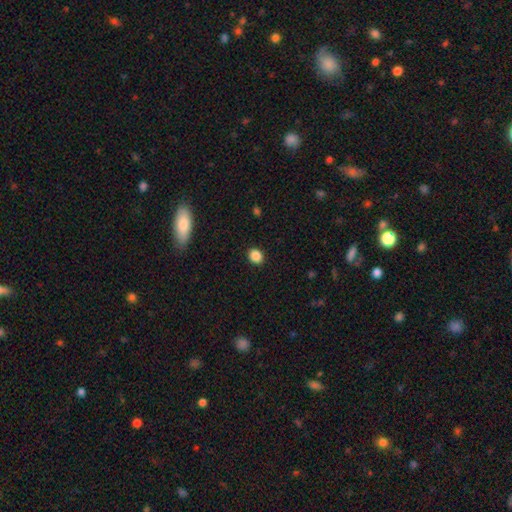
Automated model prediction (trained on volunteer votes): The model was most divided on "how rounded": round: 66%, in between: 33%, cigar-shaped: 1%. More confident: merging — none (91%); smooth or featured — smooth (87%).